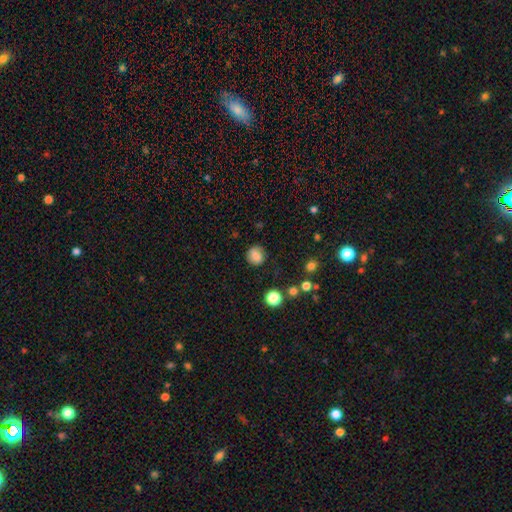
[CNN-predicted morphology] smooth 80%, star or artifact 10%, featured or disk 10%. Down the decision tree: how rounded — round (84%); merging — none (79%).